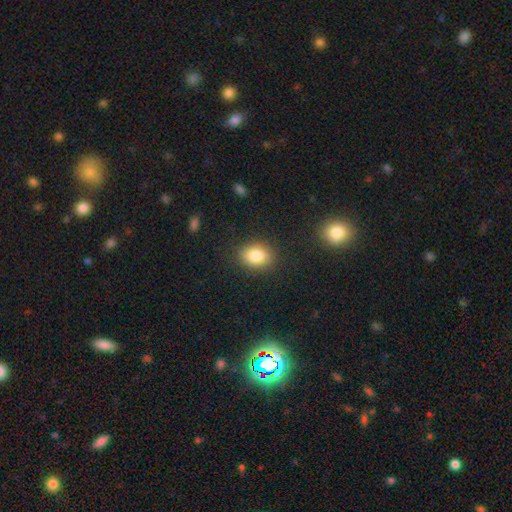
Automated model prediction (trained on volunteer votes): The model was most divided on "how rounded": in between: 61%, round: 37%, cigar-shaped: 1%. More confident: merging — none (86%); smooth or featured — smooth (84%).